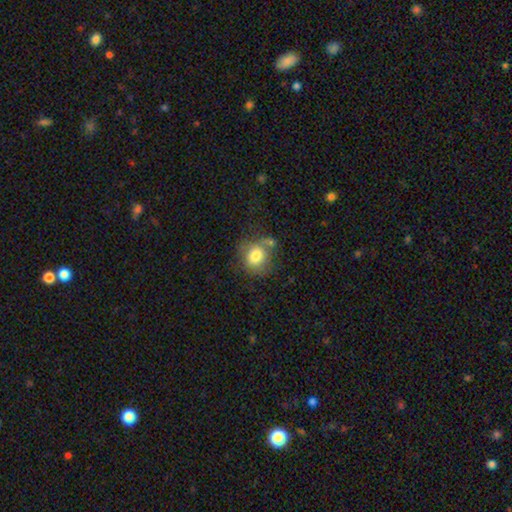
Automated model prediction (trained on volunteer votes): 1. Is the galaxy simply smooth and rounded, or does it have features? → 78% smooth, 14% featured or disk, 9% star or artifact.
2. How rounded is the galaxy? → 72% round, 27% in between, 1% cigar-shaped.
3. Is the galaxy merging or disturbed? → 52% none, 22% minor disturbance, 16% merger, 10% major disturbance.